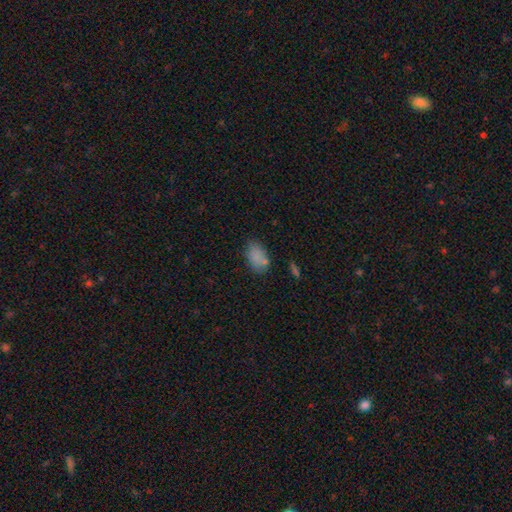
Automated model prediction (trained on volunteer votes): smooth-or-featured: smooth: 83% | star or artifact: 10% | featured or disk: 7%
  how-rounded: in between: 89% | round: 9% | cigar-shaped: 2%
  merging: none: 70% | minor disturbance: 17% | merger: 8% | major disturbance: 5%